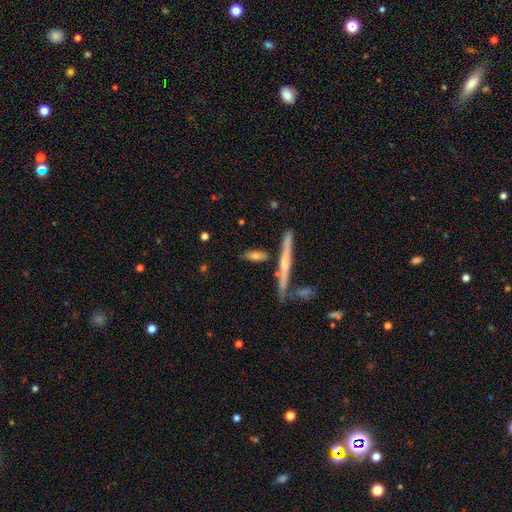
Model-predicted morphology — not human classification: A smooth galaxy with no disk features (61%) that is cigar-shaped (56%). Merging: none (68%).